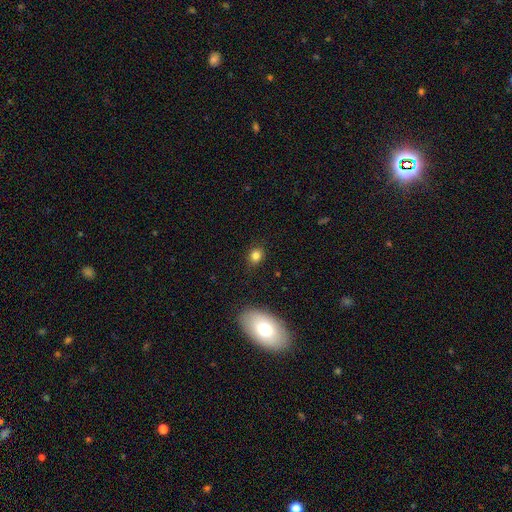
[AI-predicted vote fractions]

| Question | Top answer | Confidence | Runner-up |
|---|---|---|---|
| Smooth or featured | smooth | 81% | star or artifact (13%) |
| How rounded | round | 62% | in between (37%) |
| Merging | none | 85% | minor disturbance (11%) |